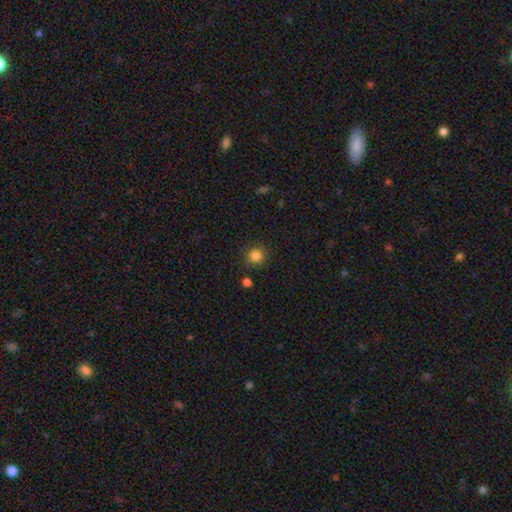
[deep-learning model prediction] smooth_or_featured: smooth (p=0.84) [alt: star or artifact p=0.12]
how_rounded: round (p=0.92) [alt: in between p=0.07]
merging: none (p=0.86) [alt: minor disturbance p=0.09]